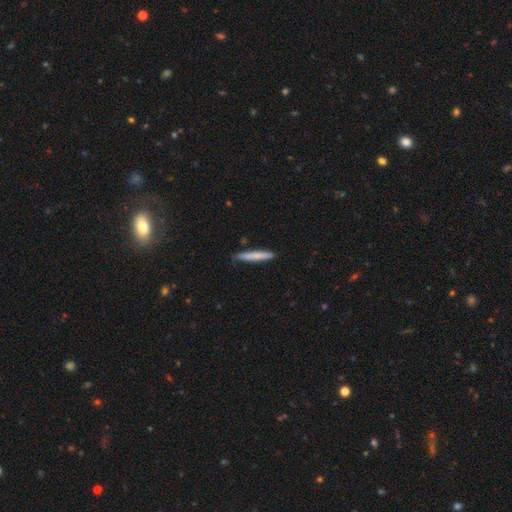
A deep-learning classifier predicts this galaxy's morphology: Q: Smooth or featured?
A: smooth (74%); runner-up: featured or disk (20%)
Q: How rounded?
A: cigar-shaped (95%); runner-up: in between (4%)
Q: Merging?
A: none (87%); runner-up: minor disturbance (10%)